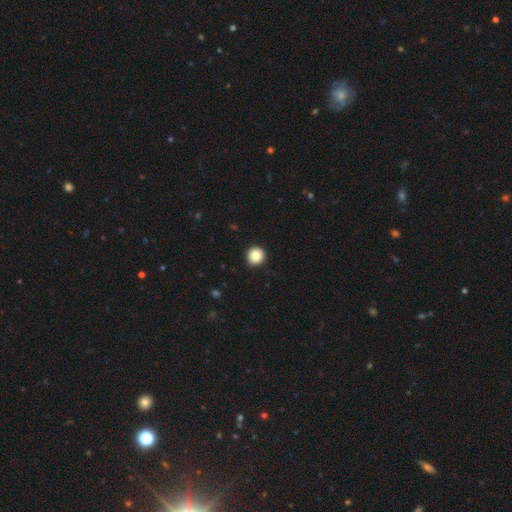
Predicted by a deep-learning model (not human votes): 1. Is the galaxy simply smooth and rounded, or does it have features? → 85% smooth, 9% star or artifact, 6% featured or disk.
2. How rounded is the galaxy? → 96% round, 3% in between, 1% cigar-shaped.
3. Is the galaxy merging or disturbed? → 94% none, 4% minor disturbance, 1% major disturbance, 1% merger.